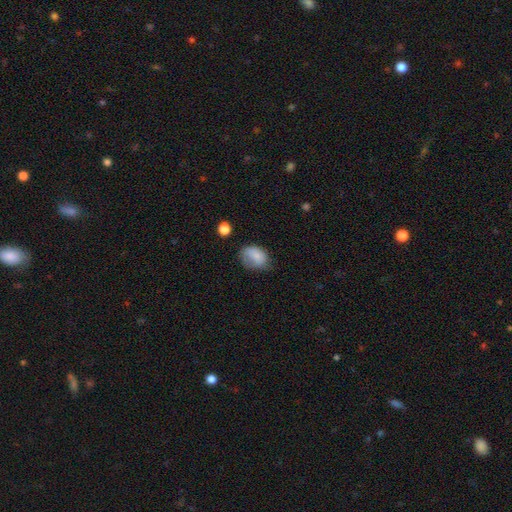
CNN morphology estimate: Q: Smooth or featured?
A: smooth (78%); runner-up: featured or disk (13%)
Q: How rounded?
A: in between (69%); runner-up: round (30%)
Q: Merging?
A: none (45%); runner-up: minor disturbance (35%)